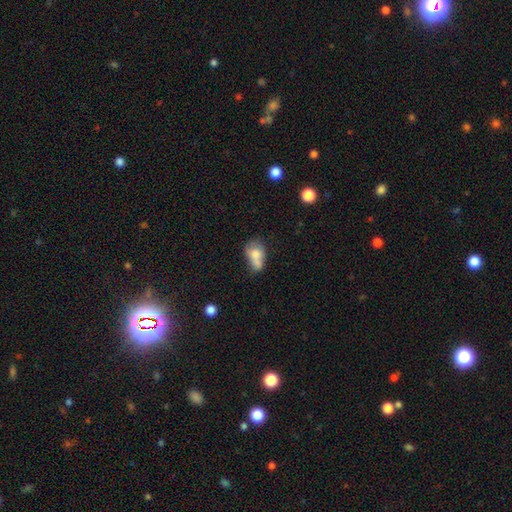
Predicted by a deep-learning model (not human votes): Morphology: type=smooth (68%); roundness=in between (75%); merging=merger (40%).